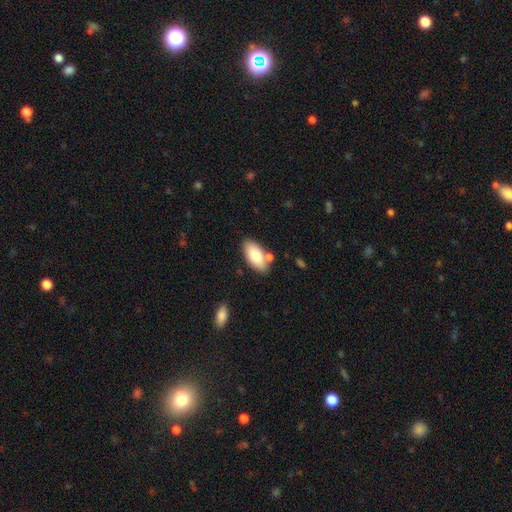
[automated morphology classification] This is likely a smooth galaxy (79%). How rounded: clearly in between (92%). Merging: likely none (74%).